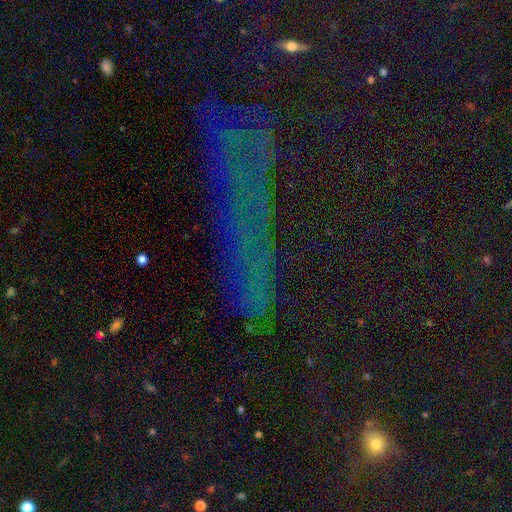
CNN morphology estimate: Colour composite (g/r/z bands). It shows a star or artifact, not a galaxy (70%).